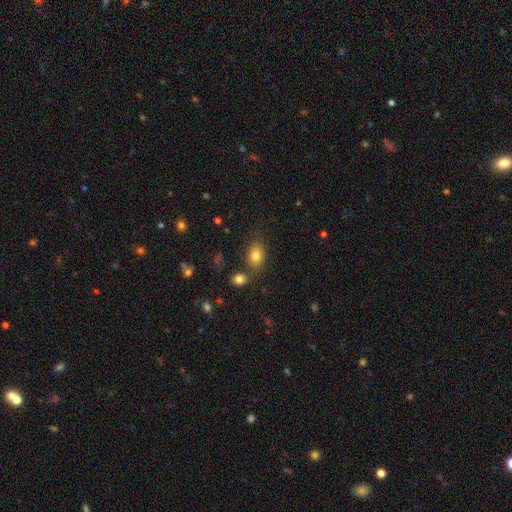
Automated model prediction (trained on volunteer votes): Smooth or featured? smooth (82%)
How rounded? in between (81%)
Merging? none (72%)